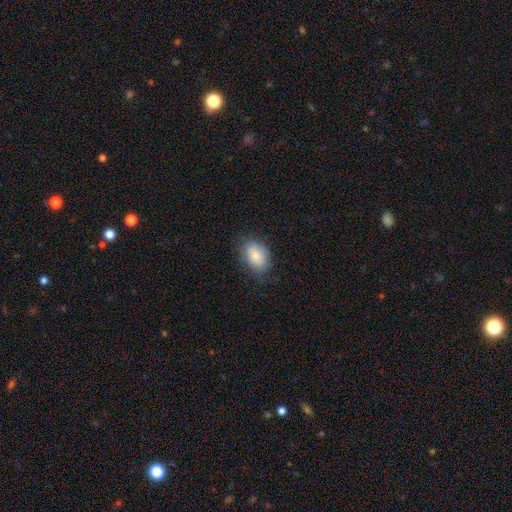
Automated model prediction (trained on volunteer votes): smooth 83%, featured or disk 10%, star or artifact 7%. Down the decision tree: how rounded — in between (82%); merging — none (74%).